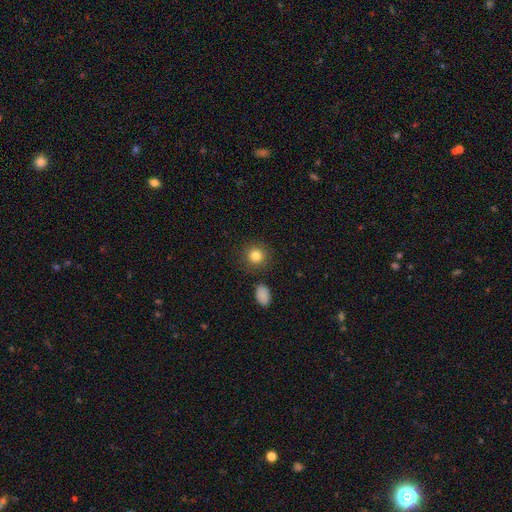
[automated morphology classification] Smooth or featured? smooth (83%)
How rounded? round (90%)
Merging? none (88%)